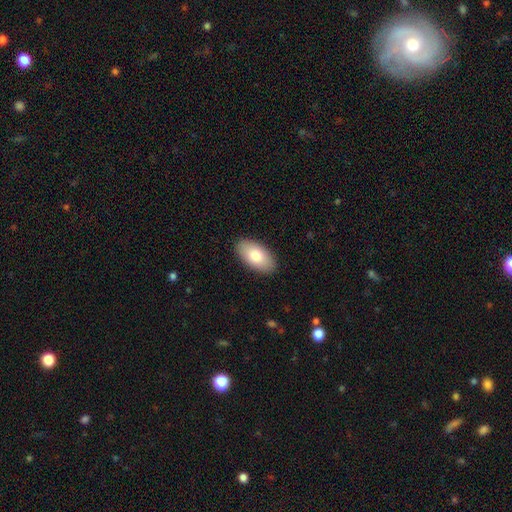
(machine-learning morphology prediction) A smooth galaxy with no disk features (80%) that is in between round and cigar-shaped (95%). Merging: none (89%).